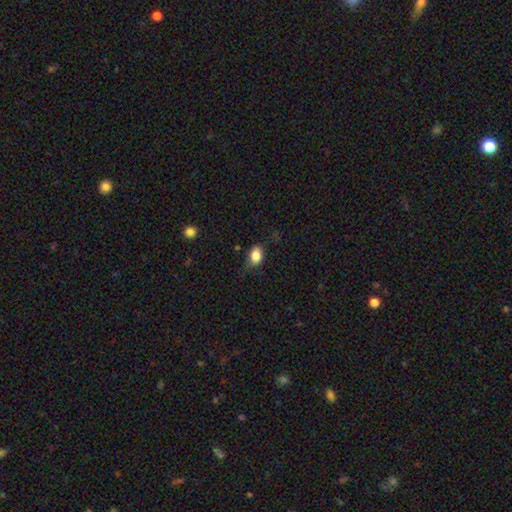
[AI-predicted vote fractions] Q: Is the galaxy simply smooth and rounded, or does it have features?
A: smooth — 84%.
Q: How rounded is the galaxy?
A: in between — 71%.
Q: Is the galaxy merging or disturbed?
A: none — 65%.